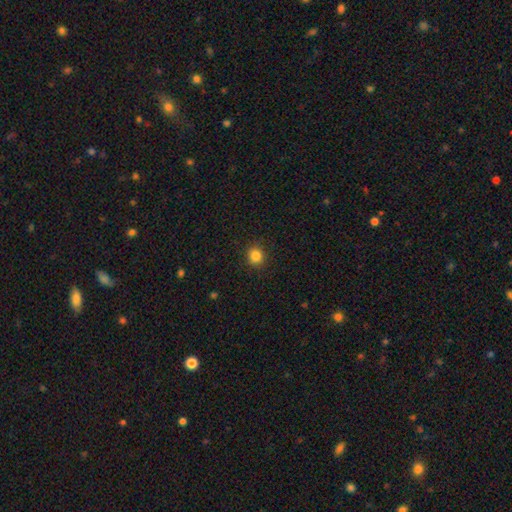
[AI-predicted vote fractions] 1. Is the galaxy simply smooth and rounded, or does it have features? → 84% smooth, 11% star or artifact, 4% featured or disk.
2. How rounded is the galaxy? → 86% round, 13% in between, 1% cigar-shaped.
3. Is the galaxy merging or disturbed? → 91% none, 6% minor disturbance, 2% major disturbance, 1% merger.